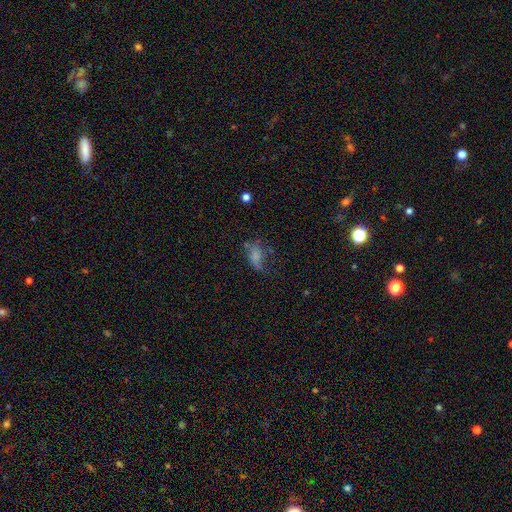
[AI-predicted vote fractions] Smooth or featured: smooth — 56% (featured or disk — 30%)
How rounded: in between — 84% (round — 10%)
Merging: none — 36% (major disturbance — 32%)